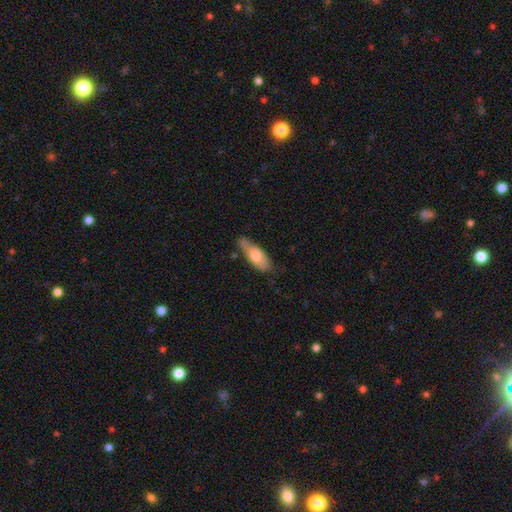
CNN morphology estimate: A smooth galaxy with no disk features (71%) that is in between round and cigar-shaped (69%). Merging: none (58%).